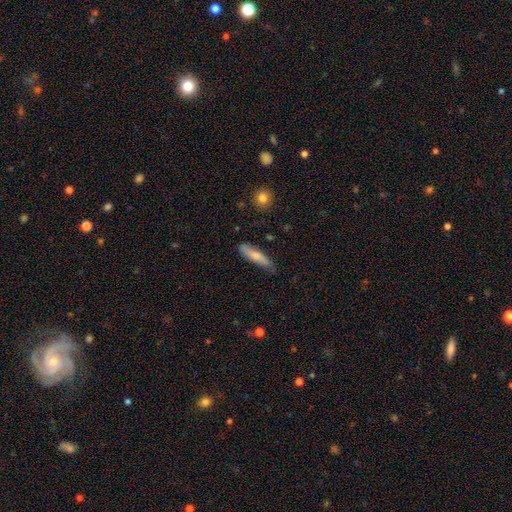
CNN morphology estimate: Overall: smooth (71%). How rounded: cigar-shaped (74%). Merging: none (72%).